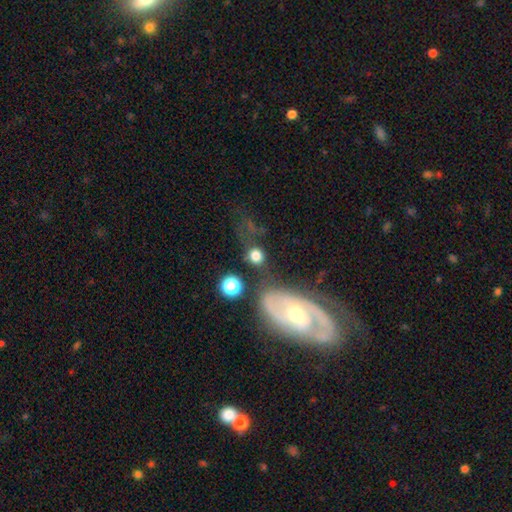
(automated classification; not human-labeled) This is likely a smooth galaxy (73%). How rounded: likely round (77%). Merging: possibly none (55%).